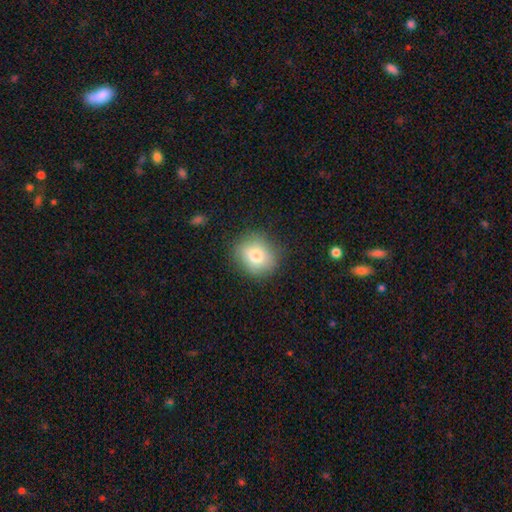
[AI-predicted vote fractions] Smooth or featured?
  - smooth: 77% *
  - featured or disk: 13%
  - star or artifact: 10%
How rounded?
  - round: 75% *
  - in between: 24%
  - cigar-shaped: 1%
Merging?
  - none: 83% *
  - minor disturbance: 12%
  - major disturbance: 4%
  - merger: 1%